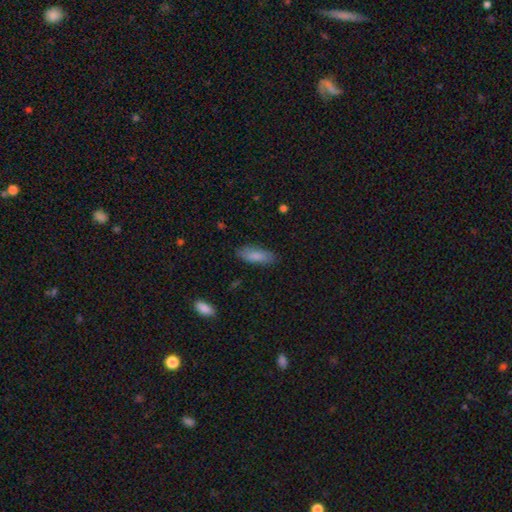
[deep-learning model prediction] Overall: smooth (83%). How rounded: in between (68%; cigar-shaped 30%). Merging: none (83%).